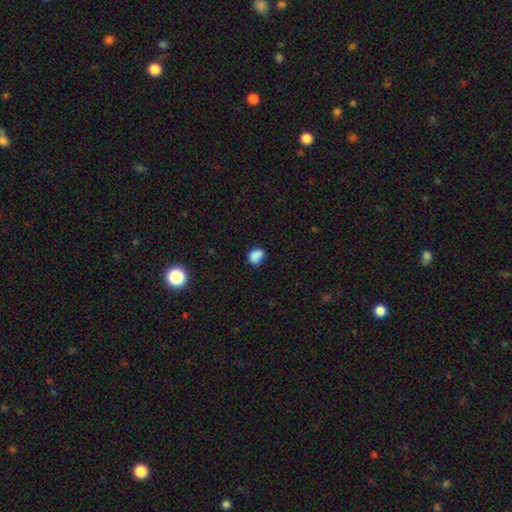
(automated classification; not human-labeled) smooth 84%, star or artifact 10%, featured or disk 6%. Down the decision tree: how rounded — in between (54%); merging — none (62%).